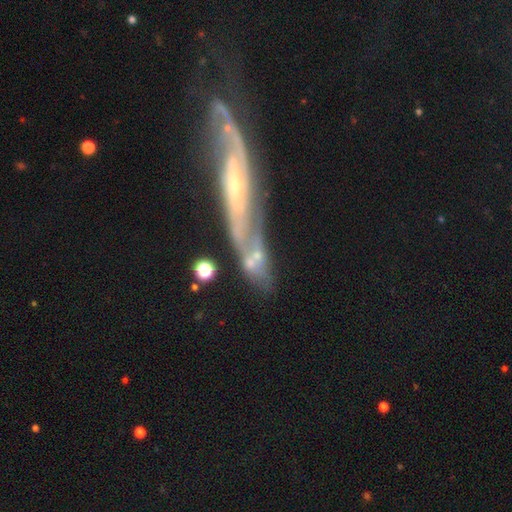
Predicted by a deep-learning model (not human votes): Overall: featured or disk (67%). Edge-on disk: no (65%; yes 35%). Merging: none (48%; merger 20%).